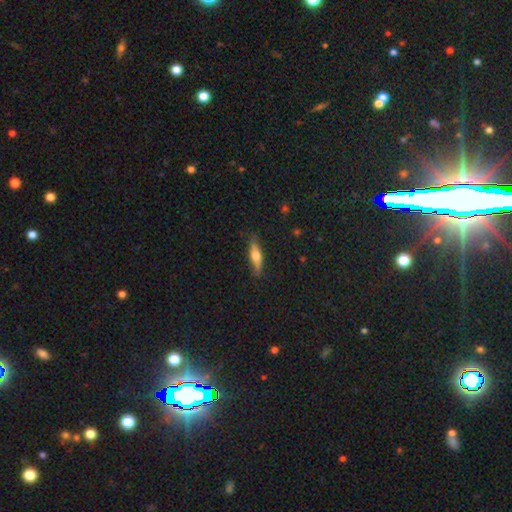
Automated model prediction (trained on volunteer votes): smooth 55%, featured or disk 39%, star or artifact 6%. Down the decision tree: how rounded — cigar-shaped (67%); merging — none (82%).